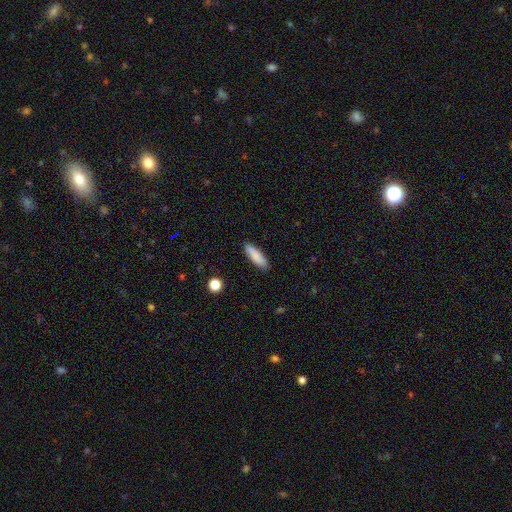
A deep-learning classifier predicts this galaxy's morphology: A smooth galaxy with no disk features (84%) that is cigar-shaped (58%).

Vote fractions:
- Smooth or featured? smooth: 84% / featured or disk: 9% / star or artifact: 6%
- How rounded? cigar-shaped: 58% / in between: 40% / round: 2%
- Merging? none: 88% / minor disturbance: 9% / major disturbance: 2% / merger: 1%